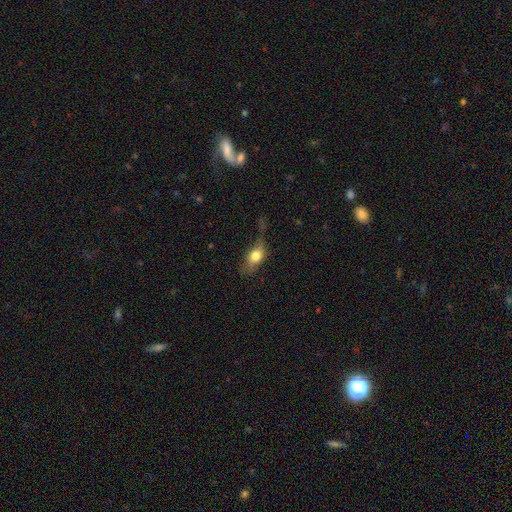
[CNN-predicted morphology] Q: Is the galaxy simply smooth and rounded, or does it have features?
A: smooth — 72%.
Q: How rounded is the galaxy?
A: in between — 75%.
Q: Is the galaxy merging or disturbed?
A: none — 38%.